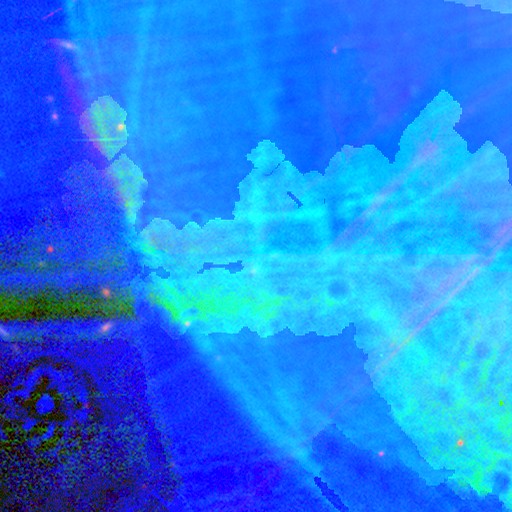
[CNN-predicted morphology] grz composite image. It shows a star or artifact, not a galaxy (84%).